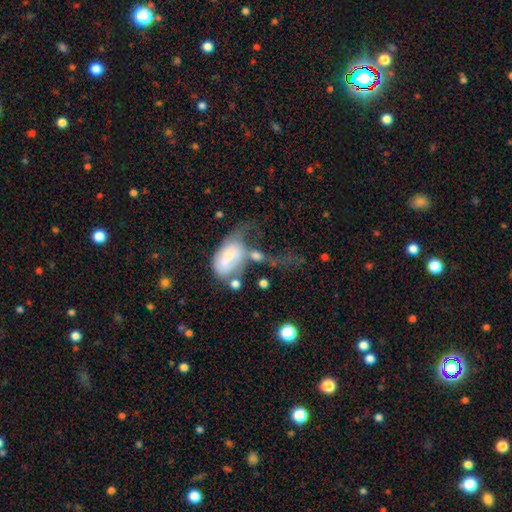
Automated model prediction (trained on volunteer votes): This is possibly a smooth galaxy (49%). Merging: marginally merger (36%).